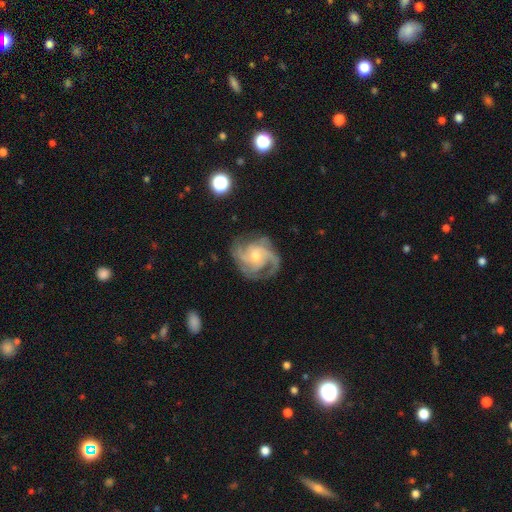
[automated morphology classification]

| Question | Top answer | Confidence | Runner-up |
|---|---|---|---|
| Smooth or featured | featured or disk | 88% | smooth (6%) |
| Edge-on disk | no | 98% | yes (2%) |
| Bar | no | 67% | weak (28%) |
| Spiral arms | yes | 97% | no (3%) |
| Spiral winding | medium | 45% | tight (43%) |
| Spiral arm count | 3 | 42% | 2 (21%) |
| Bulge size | moderate | 55% | small (39%) |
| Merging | none | 72% | minor disturbance (17%) |